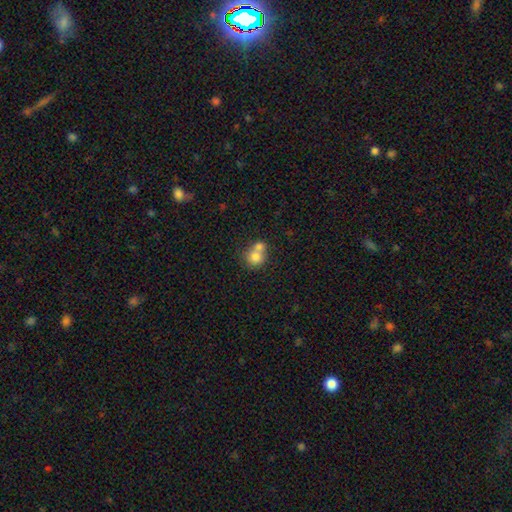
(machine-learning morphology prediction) Smooth or featured: smooth — 77% (featured or disk — 13%)
How rounded: round — 80% (in between — 19%)
Merging: merger — 59% (none — 31%)